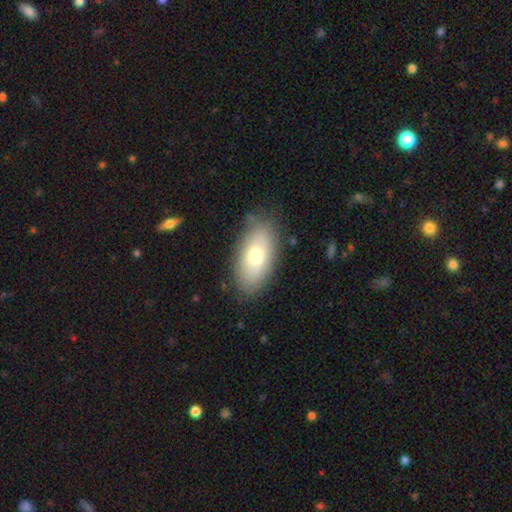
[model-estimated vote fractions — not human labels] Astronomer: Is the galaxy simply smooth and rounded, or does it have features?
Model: smooth — 68%.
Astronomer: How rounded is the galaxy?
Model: in between — 91%.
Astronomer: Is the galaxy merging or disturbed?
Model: none — 81%.